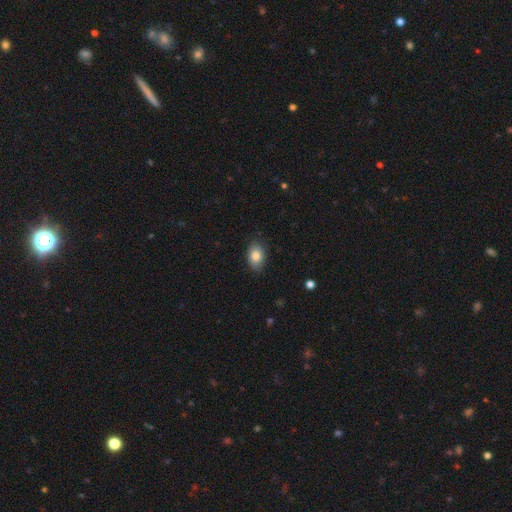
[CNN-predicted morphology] type=smooth (84%); roundness=in between (84%); merging=none (85%).